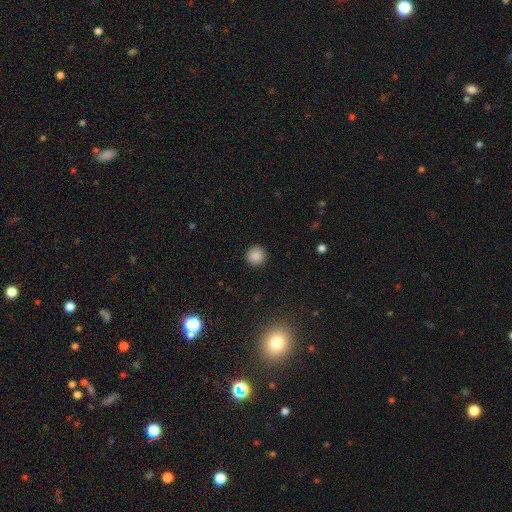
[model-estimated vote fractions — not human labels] Smooth or featured: smooth — 86% (star or artifact — 11%)
How rounded: round — 95% (in between — 4%)
Merging: none — 92% (minor disturbance — 5%)